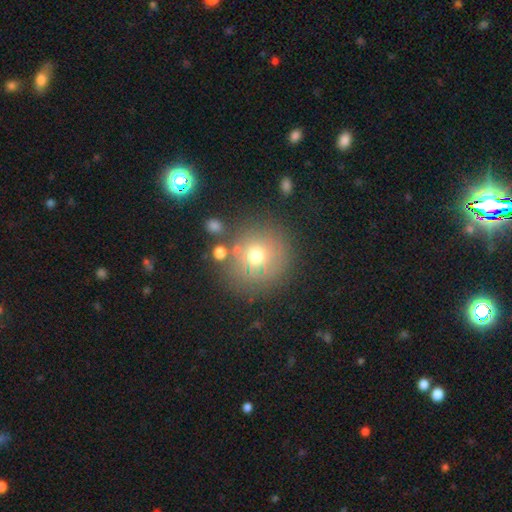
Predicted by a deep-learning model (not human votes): A smooth galaxy with no disk features (62%) that is round (91%).

Vote fractions:
- Smooth or featured? smooth: 62% / featured or disk: 22% / star or artifact: 16%
- How rounded? round: 91% / in between: 8% / cigar-shaped: 1%
- Merging? none: 75% / minor disturbance: 13% / major disturbance: 6% / merger: 6%